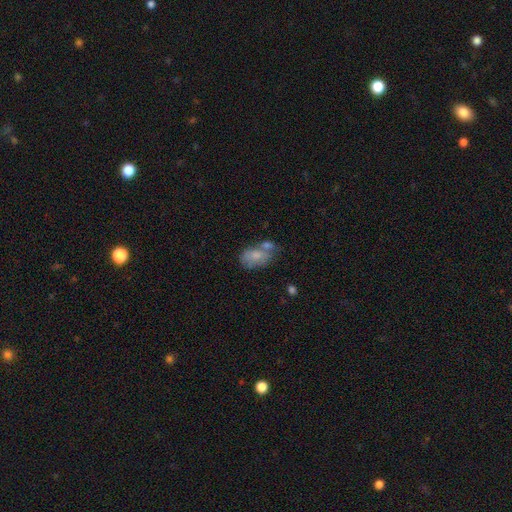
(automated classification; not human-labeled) The model was most divided on "merging": merger: 37%, none: 33%, minor disturbance: 20%, major disturbance: 11%. More confident: how rounded — in between (88%); smooth or featured — smooth (70%).